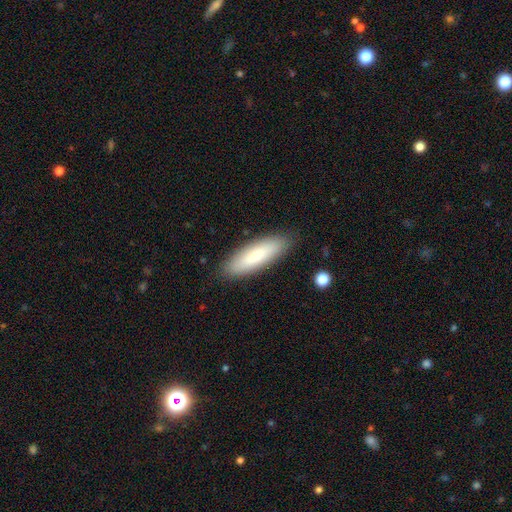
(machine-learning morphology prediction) smooth_or_featured: smooth (p=0.73) [alt: featured or disk p=0.21]
how_rounded: cigar-shaped (p=0.51) [alt: in between p=0.47]
merging: none (p=0.87) [alt: minor disturbance p=0.10]